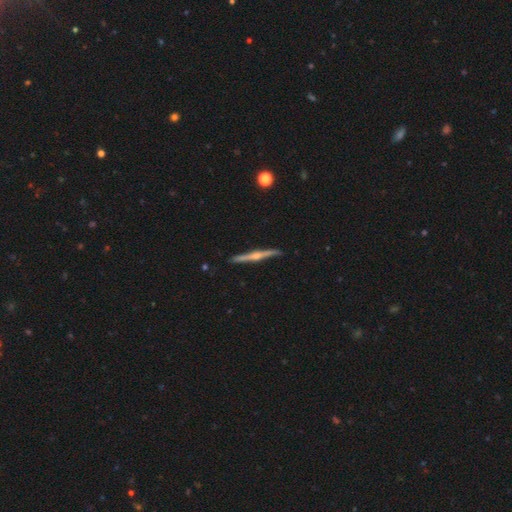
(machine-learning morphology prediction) This appears to be a featured or disk galaxy (76%) viewed edge-on (98%) with a rounded central bulge (82%). Merging: none (89%).